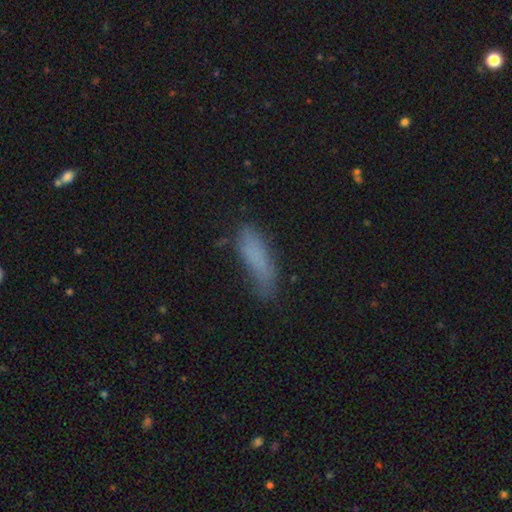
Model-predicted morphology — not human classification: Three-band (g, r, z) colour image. It shows a smooth galaxy with no disk features (76%) that is cigar-shaped (57%). Merging: none (60%).